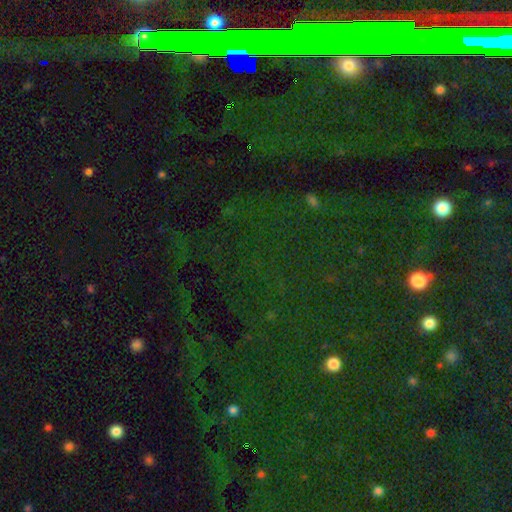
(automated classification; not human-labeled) This is likely a star or artifact rather than a galaxy (78%).